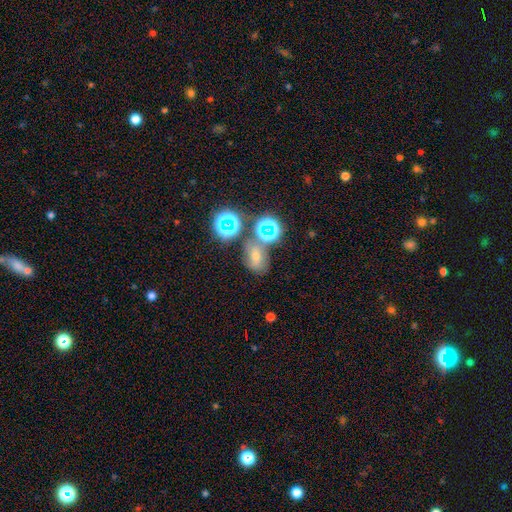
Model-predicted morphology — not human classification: Overall: star or artifact (45%; smooth 31%).